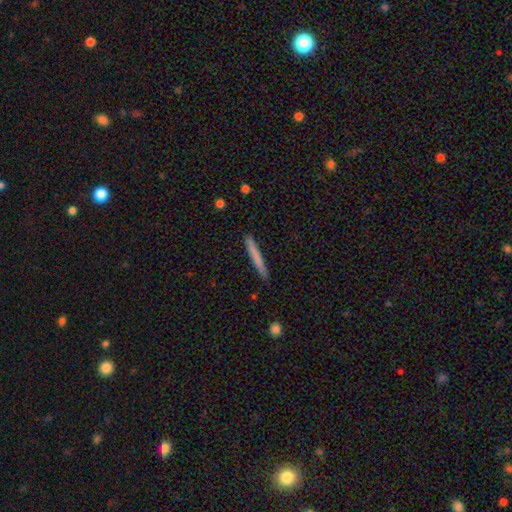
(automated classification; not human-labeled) Smooth or featured? smooth (72%)
How rounded? cigar-shaped (97%)
Merging? none (90%)